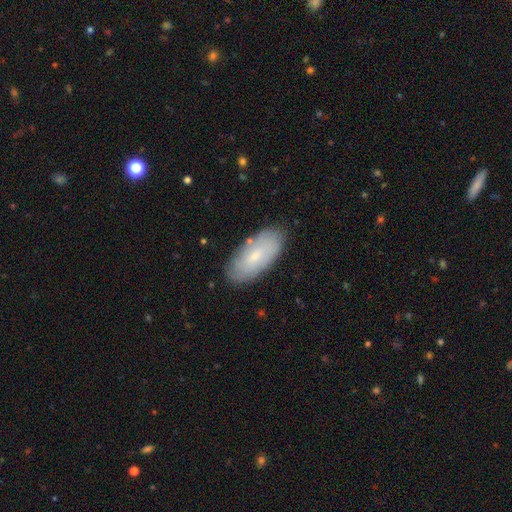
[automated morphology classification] smooth-or-featured: smooth: 65% | featured or disk: 28% | star or artifact: 7%
  how-rounded: in between: 89% | cigar-shaped: 9% | round: 2%
  merging: none: 85% | minor disturbance: 12% | major disturbance: 2% | merger: 2%